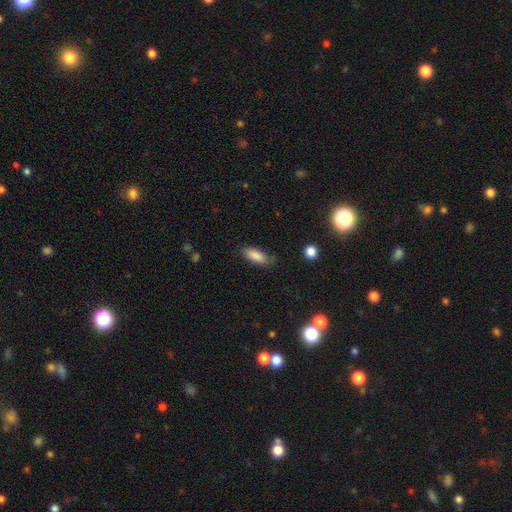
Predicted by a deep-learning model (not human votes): Smooth or featured?
  - smooth: 86% *
  - star or artifact: 7%
  - featured or disk: 7%
How rounded?
  - in between: 75% *
  - cigar-shaped: 23%
  - round: 2%
Merging?
  - none: 72% *
  - minor disturbance: 21%
  - major disturbance: 5%
  - merger: 2%